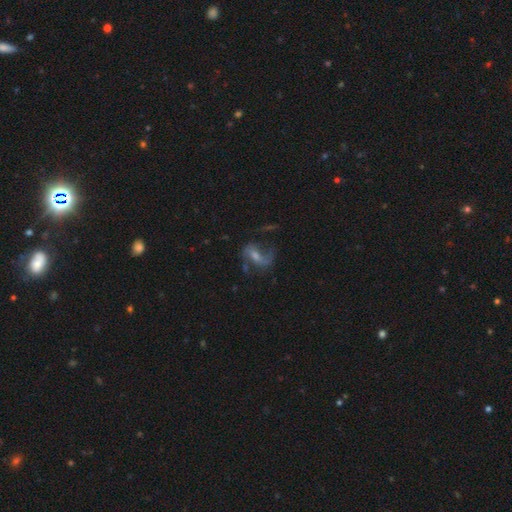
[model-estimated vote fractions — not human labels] Smooth or featured? featured or disk (73%)
Edge-on disk? no (96%)
Bar? weak (44%)
Spiral arms? yes (89%)
Spiral winding? loose (54%)
Spiral arm count? 2 (77%)
Bulge size? moderate (42%, tied with small)
Merging? none (57%)